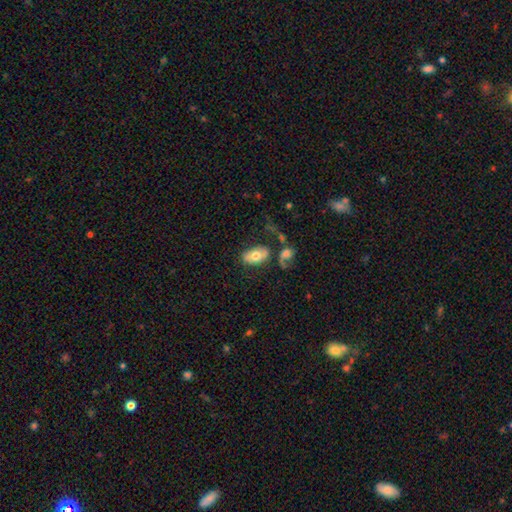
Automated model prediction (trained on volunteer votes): smooth-or-featured: smooth: 68% | featured or disk: 26% | star or artifact: 7%
  how-rounded: in between: 91% | round: 7% | cigar-shaped: 2%
  merging: none: 57% | minor disturbance: 17% | merger: 15% | major disturbance: 12%